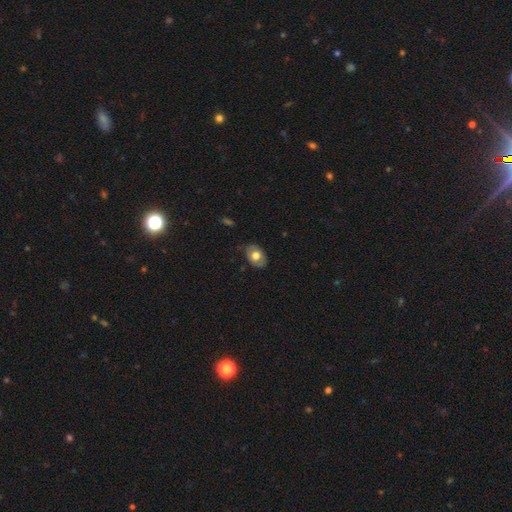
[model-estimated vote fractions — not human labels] Smooth or featured? Predicted: smooth (p=0.62). How rounded? Predicted: in between (p=0.75). Merging? Predicted: none (p=0.76).